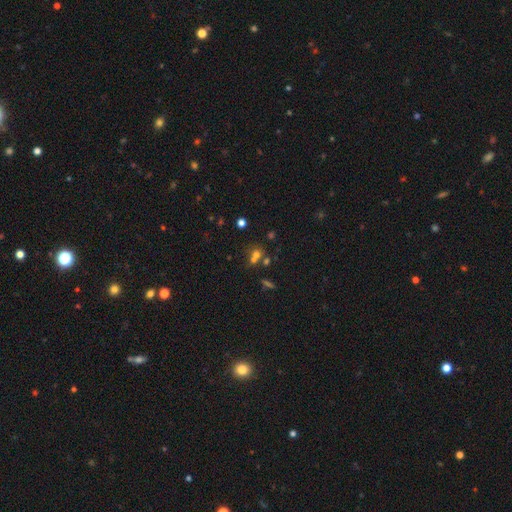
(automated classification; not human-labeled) smooth_or_featured: smooth (p=0.58) [alt: star or artifact p=0.25]
how_rounded: round (p=0.73) [alt: in between p=0.26]
merging: merger (p=0.46) [alt: none p=0.41]